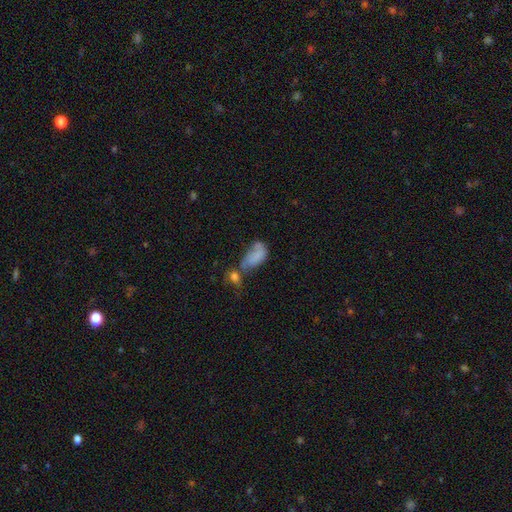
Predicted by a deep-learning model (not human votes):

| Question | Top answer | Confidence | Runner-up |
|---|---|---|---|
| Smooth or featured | smooth | 67% | featured or disk (22%) |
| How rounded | in between | 91% | round (5%) |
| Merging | merger | 43% | none (20%) |